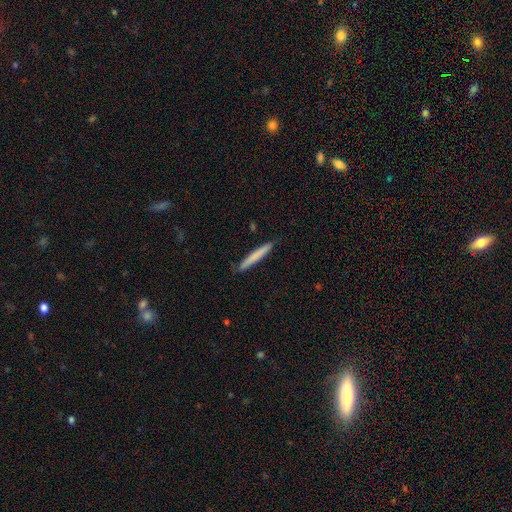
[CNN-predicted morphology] A smooth galaxy with no disk features (72%) that is cigar-shaped (96%). Merging: none (88%).